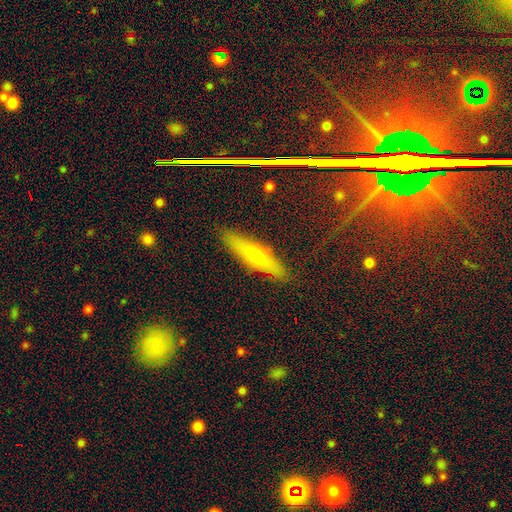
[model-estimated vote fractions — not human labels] Overall: smooth (48%; featured or disk 45%). Merging: none (87%).